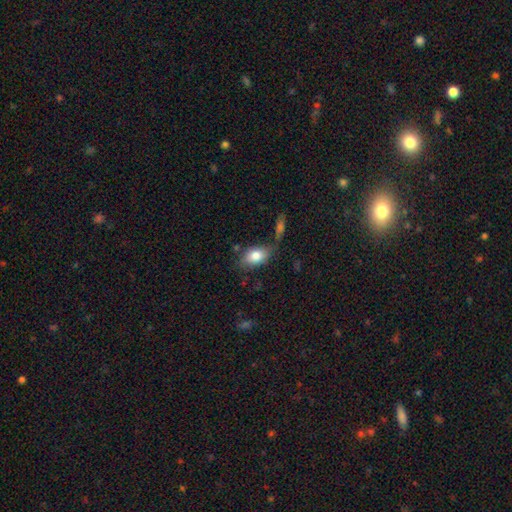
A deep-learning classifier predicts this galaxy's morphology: A smooth galaxy with no disk features (81%) that is in between round and cigar-shaped (88%).

Vote fractions:
- Smooth or featured? smooth: 81% / featured or disk: 12% / star or artifact: 7%
- How rounded? in between: 88% / round: 9% / cigar-shaped: 3%
- Merging? none: 66% / minor disturbance: 18% / merger: 11% / major disturbance: 6%